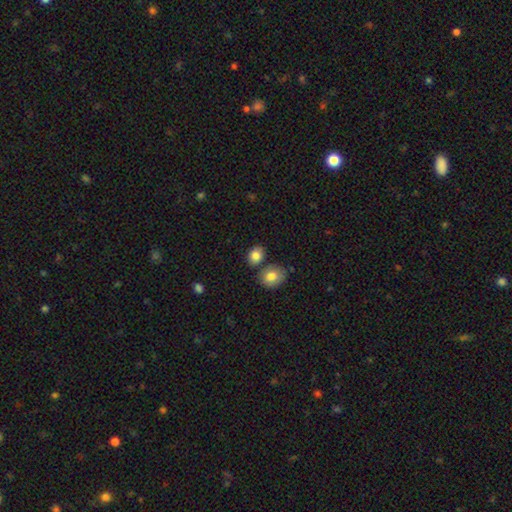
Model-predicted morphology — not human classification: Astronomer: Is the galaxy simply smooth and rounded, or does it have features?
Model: smooth — 84%.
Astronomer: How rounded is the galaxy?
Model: in between — 63%.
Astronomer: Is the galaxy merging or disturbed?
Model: none — 68%.